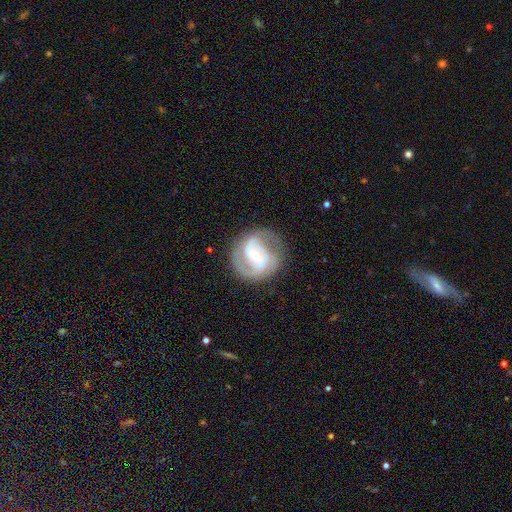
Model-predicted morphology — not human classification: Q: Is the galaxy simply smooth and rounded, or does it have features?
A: featured or disk — 84%.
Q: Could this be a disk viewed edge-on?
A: no — 98%.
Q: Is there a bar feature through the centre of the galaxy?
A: no — 47%.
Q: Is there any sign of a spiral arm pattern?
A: yes — 94%.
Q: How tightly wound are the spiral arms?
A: medium — 45%.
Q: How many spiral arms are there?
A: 2 — 64%.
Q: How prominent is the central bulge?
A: moderate — 62%.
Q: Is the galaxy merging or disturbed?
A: none — 74%.